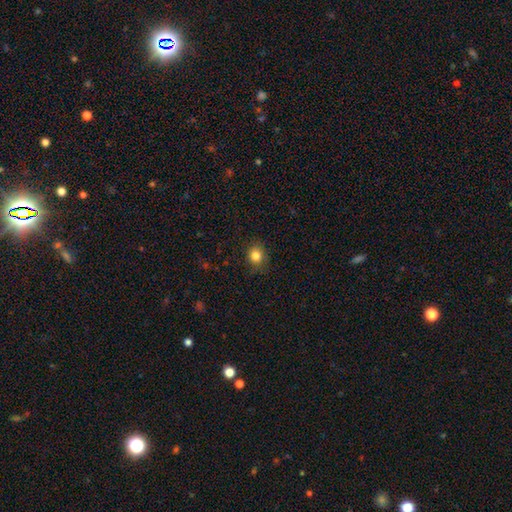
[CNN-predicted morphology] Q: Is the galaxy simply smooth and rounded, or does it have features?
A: smooth — 83%.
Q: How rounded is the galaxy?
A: round — 79%.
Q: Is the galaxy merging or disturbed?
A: none — 86%.